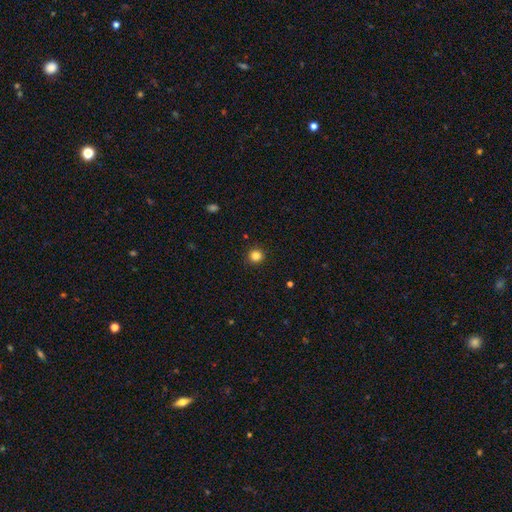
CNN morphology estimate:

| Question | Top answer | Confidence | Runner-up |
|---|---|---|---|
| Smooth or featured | smooth | 84% | star or artifact (12%) |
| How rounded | round | 94% | in between (5%) |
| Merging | none | 91% | minor disturbance (6%) |